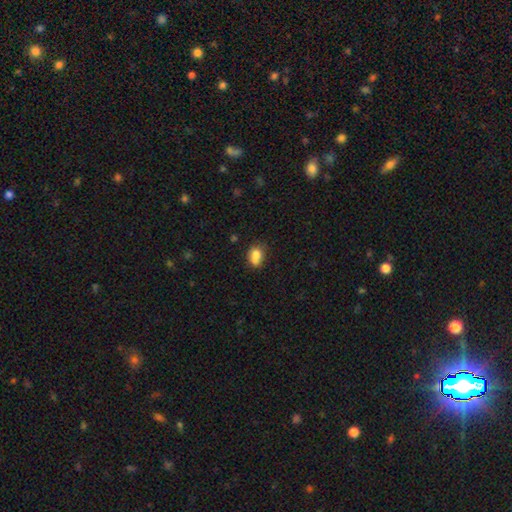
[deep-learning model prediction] smooth 77%, featured or disk 13%, star or artifact 10%. Down the decision tree: how rounded — in between (63%); merging — none (42%).